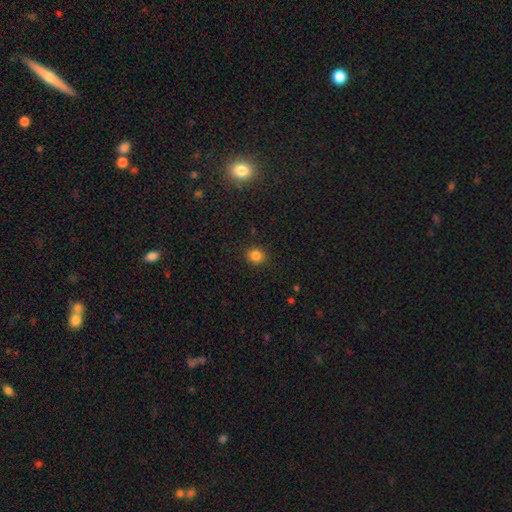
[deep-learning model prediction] This is clearly a smooth galaxy (83%). How rounded: likely round (76%). Merging: clearly none (90%).